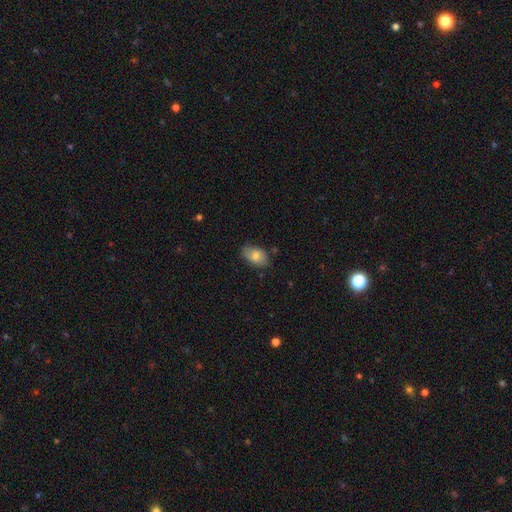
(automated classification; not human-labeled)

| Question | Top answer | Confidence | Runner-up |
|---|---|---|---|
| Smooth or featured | smooth | 74% | featured or disk (18%) |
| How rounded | in between | 89% | round (10%) |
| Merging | none | 71% | minor disturbance (23%) |